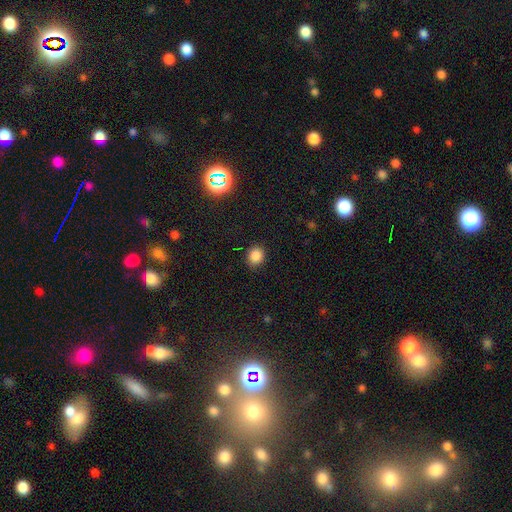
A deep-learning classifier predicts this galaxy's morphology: The model was most divided on "how rounded": round: 71%, in between: 29%, cigar-shaped: 1%. More confident: merging — none (86%); smooth or featured — smooth (84%).